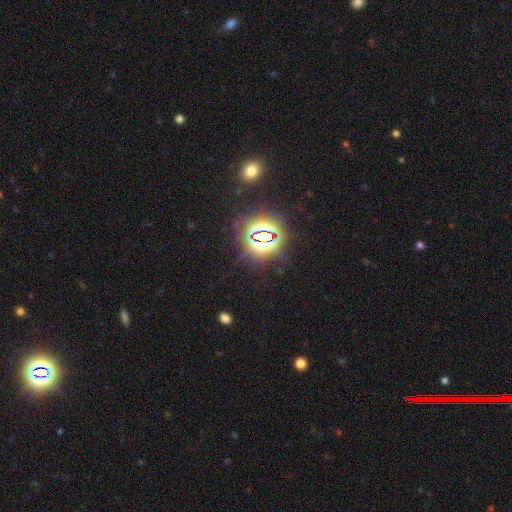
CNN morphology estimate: Q: Smooth or featured?
A: star or artifact (82%); runner-up: smooth (12%)